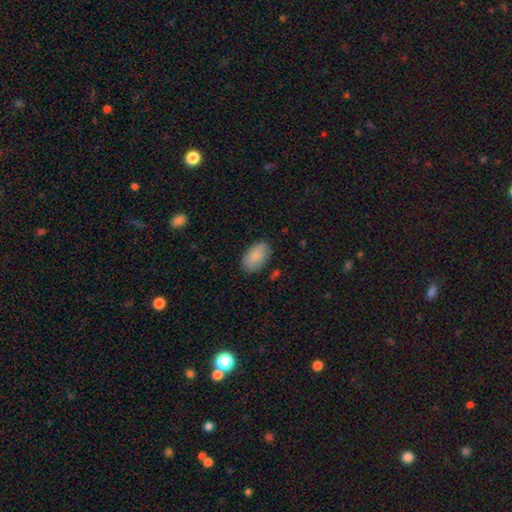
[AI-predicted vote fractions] Overall: smooth (87%). How rounded: in between (93%). Merging: none (83%).